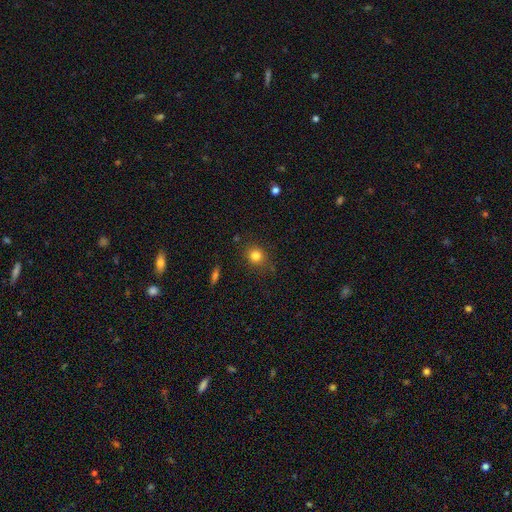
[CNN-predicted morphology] smooth-or-featured: smooth: 81% | star or artifact: 12% | featured or disk: 7%
  how-rounded: round: 77% | in between: 22% | cigar-shaped: 1%
  merging: none: 83% | minor disturbance: 12% | major disturbance: 3% | merger: 2%